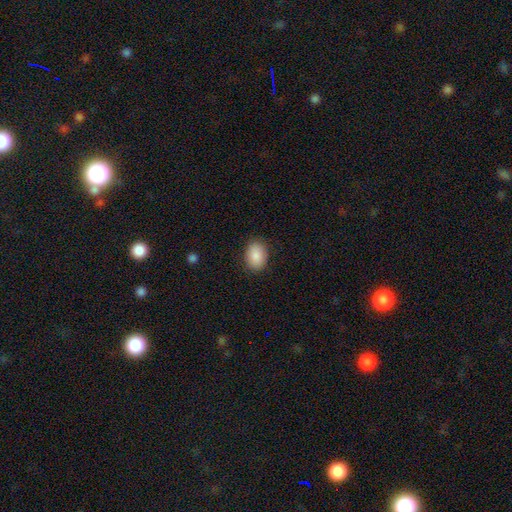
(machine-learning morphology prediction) smooth 88%, star or artifact 7%, featured or disk 5%. Down the decision tree: how rounded — in between (76%); merging — none (87%).